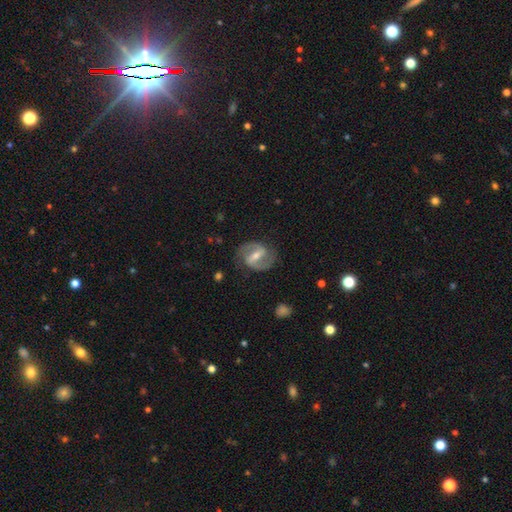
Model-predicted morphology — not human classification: Smooth or featured: featured or disk — 87% (smooth — 9%)
Edge-on disk: no — 97% (yes — 3%)
Bar: strong — 58% (weak — 33%)
Spiral arms: yes — 94% (no — 6%)
Spiral winding: medium — 56% (loose — 23%)
Spiral arm count: 2 — 93% (can't tell — 3%)
Bulge size: moderate — 50% (small — 42%)
Merging: none — 82% (minor disturbance — 12%)